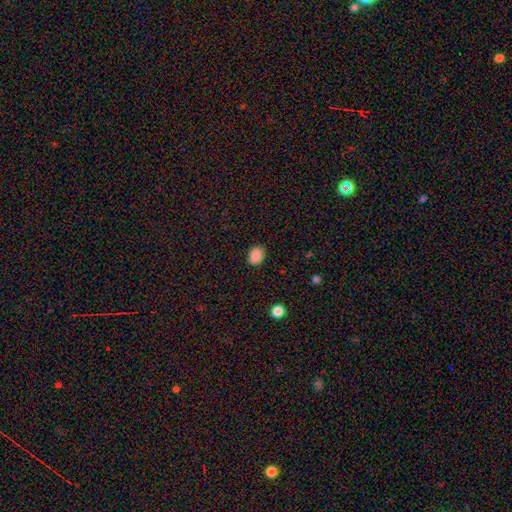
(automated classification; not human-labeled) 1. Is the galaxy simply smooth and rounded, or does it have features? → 88% smooth, 10% star or artifact, 3% featured or disk.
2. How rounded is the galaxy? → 70% in between, 29% round, 1% cigar-shaped.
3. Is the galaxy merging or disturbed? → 86% none, 10% minor disturbance, 2% major disturbance, 1% merger.